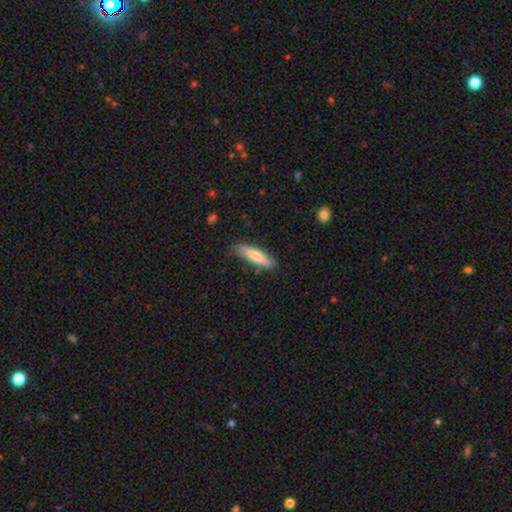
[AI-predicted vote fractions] This is likely a smooth galaxy (73%). How rounded: likely cigar-shaped (73%). Merging: clearly none (82%).